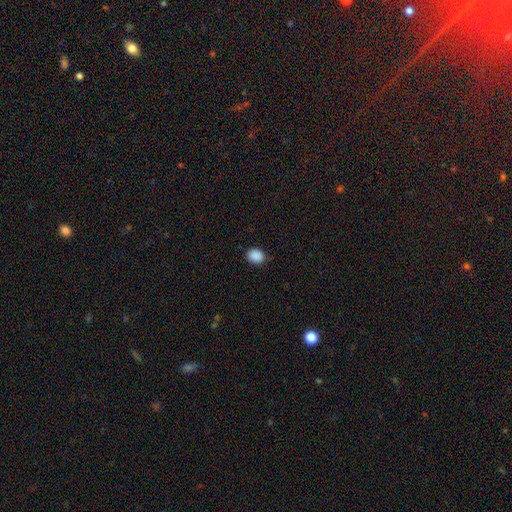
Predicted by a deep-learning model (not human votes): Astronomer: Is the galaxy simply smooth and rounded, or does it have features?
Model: smooth — 89%.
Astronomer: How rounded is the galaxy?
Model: round — 55% (runner-up: in between, 44%).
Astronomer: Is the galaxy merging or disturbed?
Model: none — 86%.